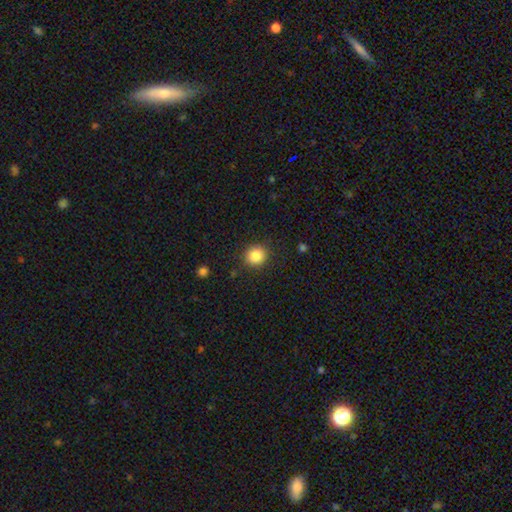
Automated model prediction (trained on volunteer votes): Smooth or featured?
  - smooth: 85% *
  - star or artifact: 10%
  - featured or disk: 5%
How rounded?
  - round: 87% *
  - in between: 13%
  - cigar-shaped: 1%
Merging?
  - none: 89% *
  - minor disturbance: 7%
  - major disturbance: 2%
  - merger: 1%